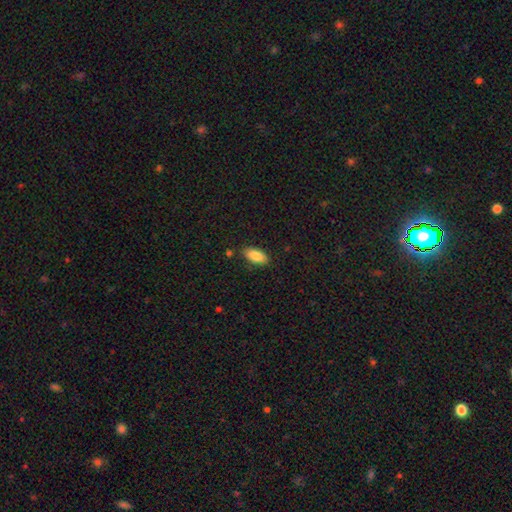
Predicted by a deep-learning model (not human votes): Smooth or featured: smooth — 87% (star or artifact — 7%)
How rounded: in between — 90% (cigar-shaped — 8%)
Merging: none — 85% (minor disturbance — 11%)